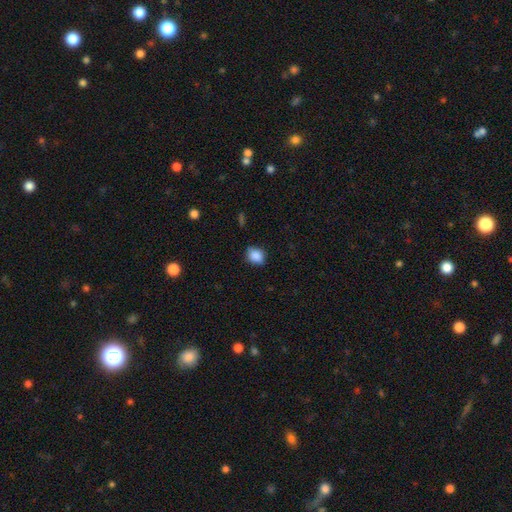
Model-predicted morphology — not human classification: smooth 86%, star or artifact 9%, featured or disk 5%. Down the decision tree: how rounded — in between (56%); merging — none (80%).